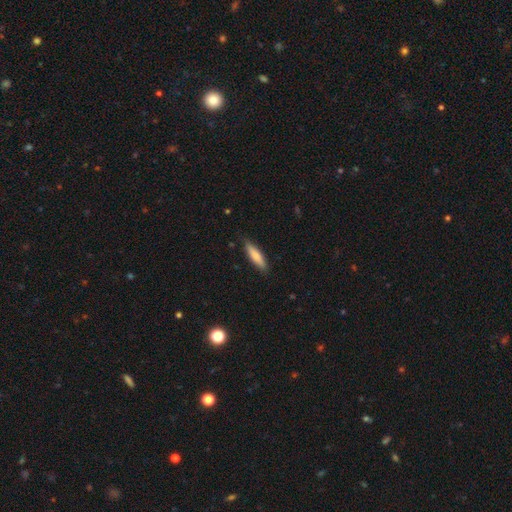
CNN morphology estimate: Smooth or featured? Predicted: smooth (p=0.77). How rounded? Predicted: cigar-shaped (p=0.73). Merging? Predicted: none (p=0.85).